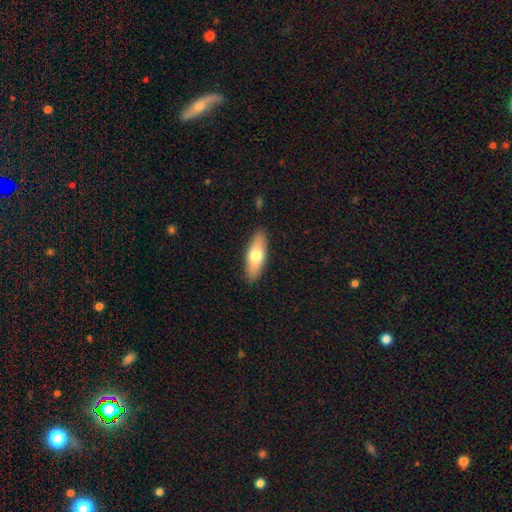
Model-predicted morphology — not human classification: The model was most divided on "how rounded": in between: 64%, cigar-shaped: 33%, round: 3%. More confident: merging — none (88%); smooth or featured — smooth (66%).